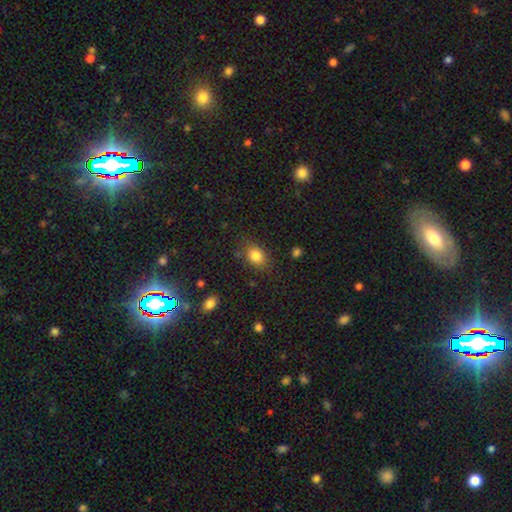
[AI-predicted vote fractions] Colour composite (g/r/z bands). It shows a smooth galaxy with no disk features (83%) that is in between round and cigar-shaped (66%). Merging: none (78%).